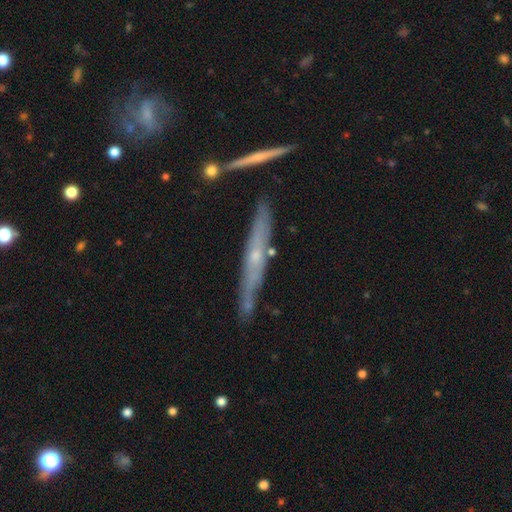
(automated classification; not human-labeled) smooth-or-featured: featured or disk: 68% | smooth: 25% | star or artifact: 7%
  disk-edge-on: yes: 88% | no: 12%
    edge-on-bulge: rounded: 49% | none: 48% | boxy: 4%
  merging: none: 78% | minor disturbance: 15% | merger: 5% | major disturbance: 3%